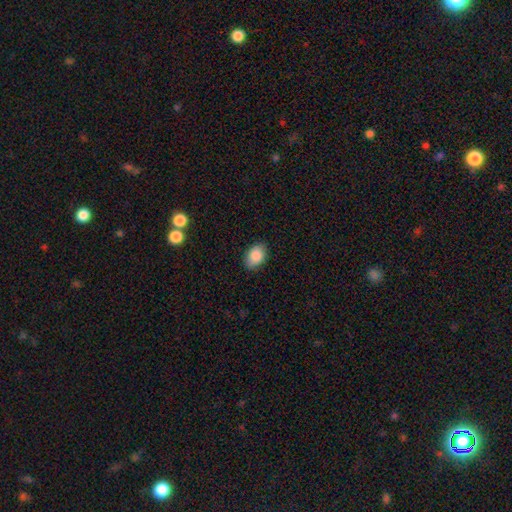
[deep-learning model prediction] Overall: smooth (88%). How rounded: in between (85%). Merging: none (86%).